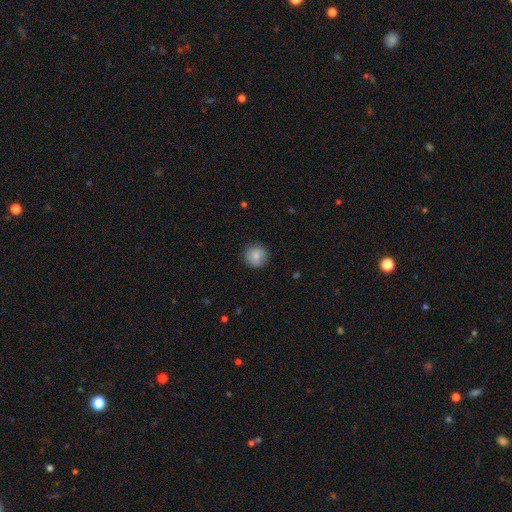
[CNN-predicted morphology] Smooth or featured? Predicted: smooth (p=0.84). How rounded? Predicted: round (p=0.94). Merging? Predicted: none (p=0.87).